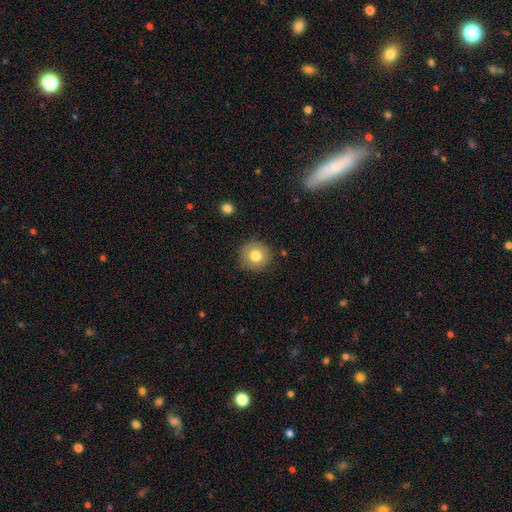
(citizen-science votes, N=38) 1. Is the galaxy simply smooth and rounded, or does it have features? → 68% smooth, 24% featured or disk, 8% star or artifact.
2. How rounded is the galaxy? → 96% round, 4% in between, 0% cigar-shaped.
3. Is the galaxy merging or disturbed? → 94% none, 3% minor disturbance, 3% major disturbance, 0% merger.